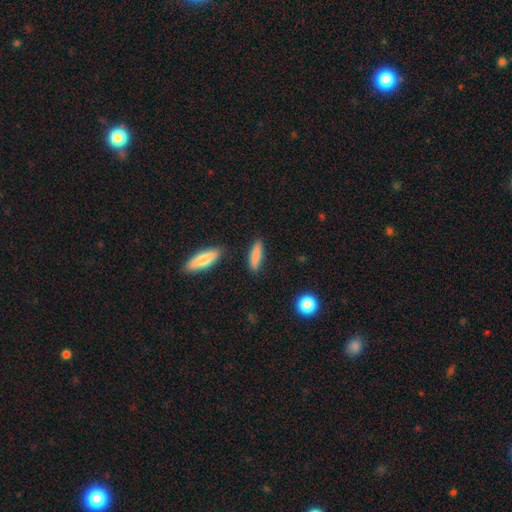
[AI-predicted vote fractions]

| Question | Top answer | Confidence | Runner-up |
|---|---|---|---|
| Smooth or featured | smooth | 82% | featured or disk (11%) |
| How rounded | cigar-shaped | 67% | in between (31%) |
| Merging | none | 83% | minor disturbance (11%) |